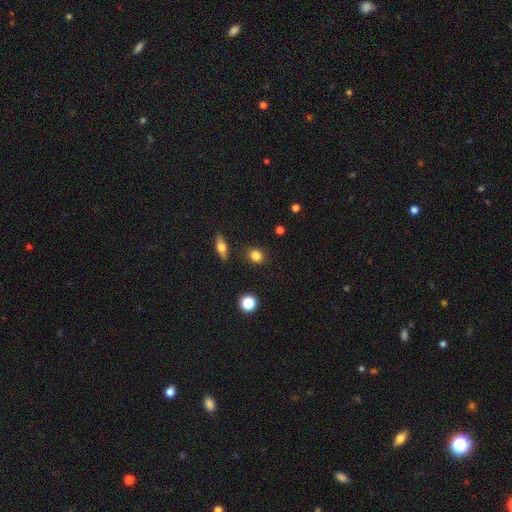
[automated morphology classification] Smooth or featured? Predicted: smooth (p=0.83). How rounded? Predicted: round (p=0.64). Merging? Predicted: none (p=0.88).